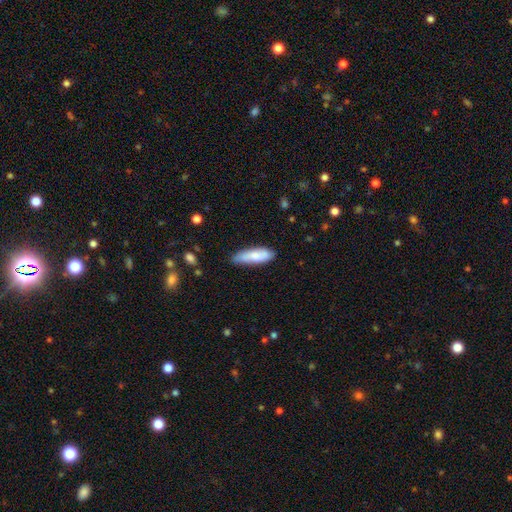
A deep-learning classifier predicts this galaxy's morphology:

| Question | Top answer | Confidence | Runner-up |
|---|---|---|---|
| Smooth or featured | smooth | 76% | featured or disk (19%) |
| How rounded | in between | 53% | cigar-shaped (45%) |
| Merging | none | 74% | minor disturbance (20%) |